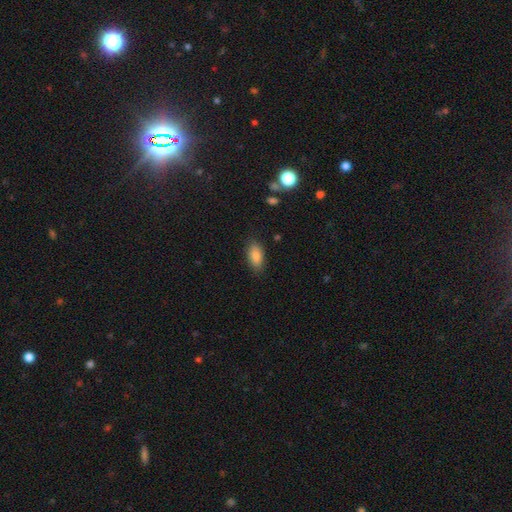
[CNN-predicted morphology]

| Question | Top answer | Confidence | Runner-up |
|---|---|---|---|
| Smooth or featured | smooth | 85% | featured or disk (8%) |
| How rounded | in between | 90% | cigar-shaped (7%) |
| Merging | none | 83% | minor disturbance (13%) |